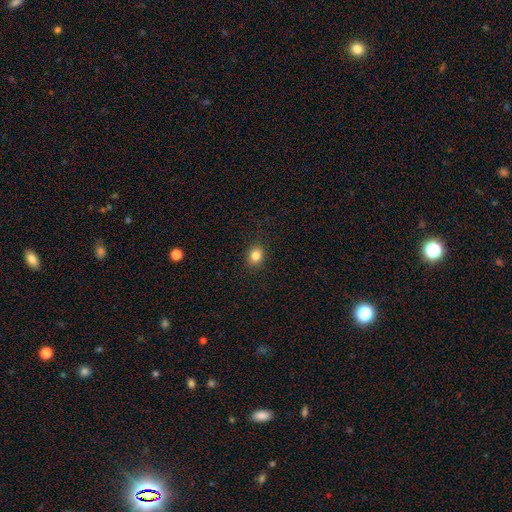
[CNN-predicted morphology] Smooth or featured? smooth (83%)
How rounded? round (59%)
Merging? none (89%)